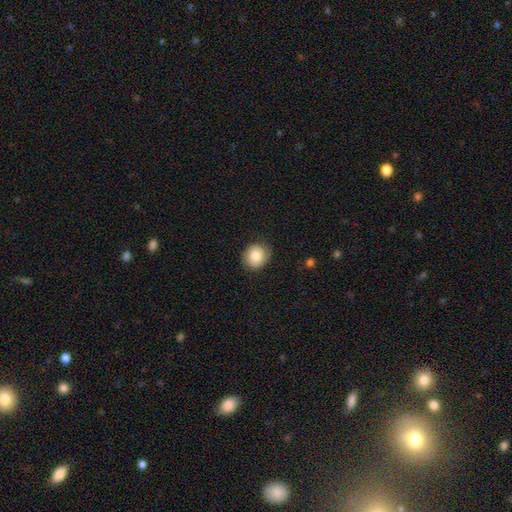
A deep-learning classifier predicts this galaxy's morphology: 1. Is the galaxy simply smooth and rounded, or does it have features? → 82% smooth, 9% featured or disk, 8% star or artifact.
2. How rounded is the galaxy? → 81% round, 18% in between, 1% cigar-shaped.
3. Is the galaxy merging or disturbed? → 84% none, 12% minor disturbance, 3% major disturbance, 1% merger.